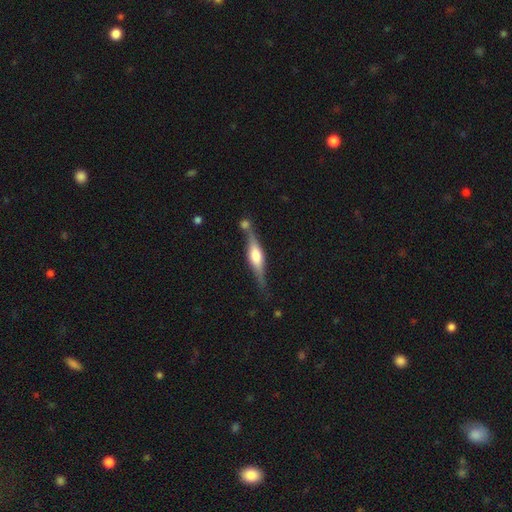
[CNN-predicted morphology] type=featured or disk (71%); edge-on=yes (95%); edge-on bulge=rounded (77%); merging=none (66%).